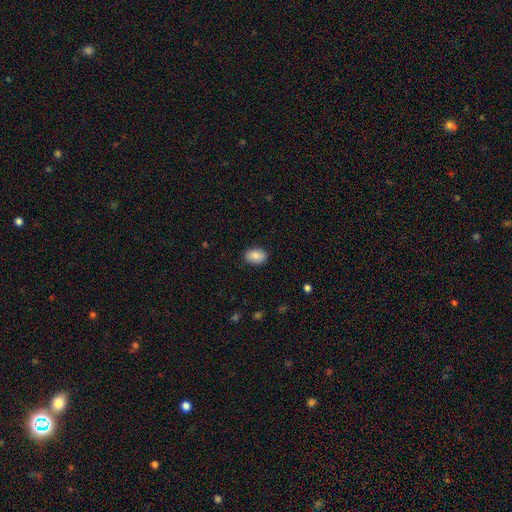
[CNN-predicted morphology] Smooth or featured? smooth (87%)
How rounded? in between (83%)
Merging? none (88%)